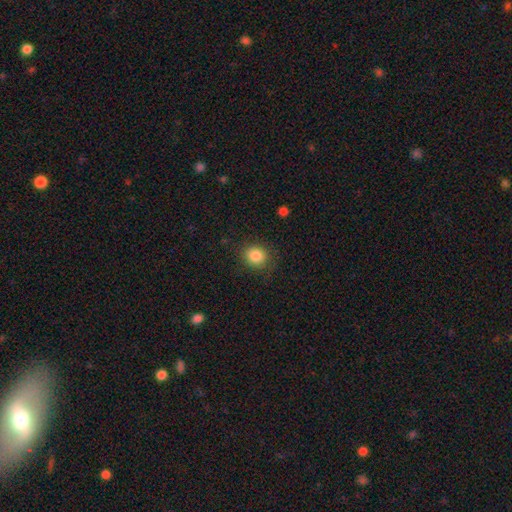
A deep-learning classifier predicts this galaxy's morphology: Overall: smooth (85%). How rounded: round (73%). Merging: none (84%).